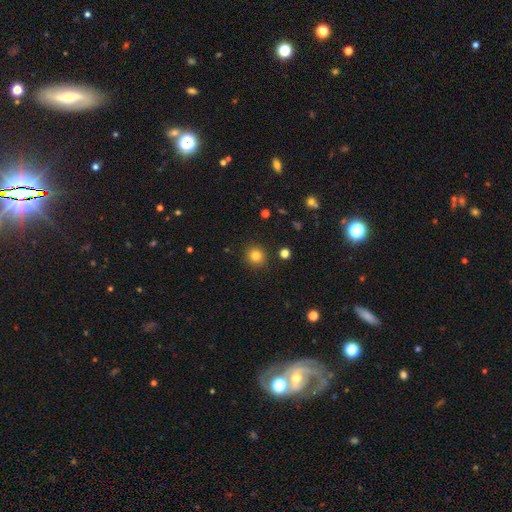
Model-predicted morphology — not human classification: Q: Smooth or featured?
A: smooth (81%); runner-up: star or artifact (13%)
Q: How rounded?
A: round (90%); runner-up: in between (9%)
Q: Merging?
A: none (91%); runner-up: minor disturbance (6%)